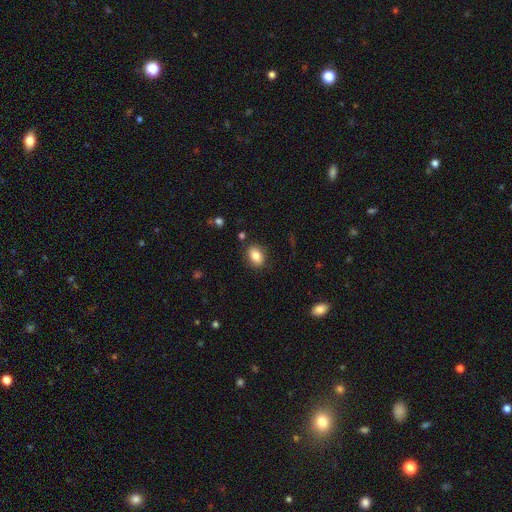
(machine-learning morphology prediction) Smooth or featured? Predicted: smooth (p=0.84). How rounded? Predicted: in between (p=0.78). Merging? Predicted: none (p=0.85).